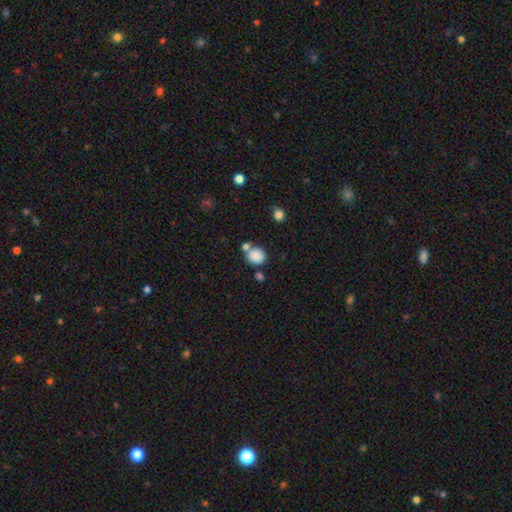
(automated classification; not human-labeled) Smooth or featured? Predicted: smooth (p=0.85). How rounded? Predicted: round (p=0.80). Merging? Predicted: none (p=0.63).